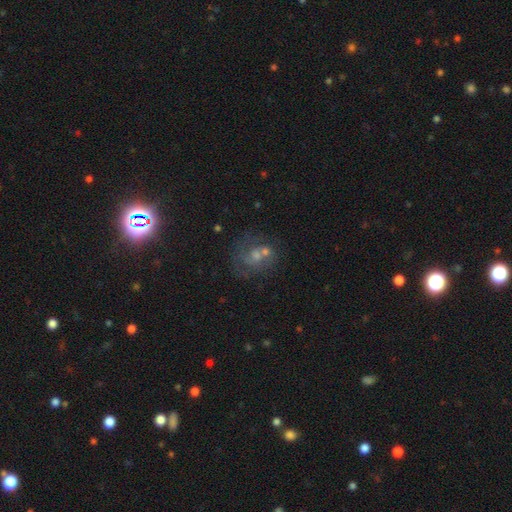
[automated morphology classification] smooth_or_featured: featured or disk (p=0.44) [alt: star or artifact p=0.30]
merging: none (p=0.47) [alt: merger p=0.27]